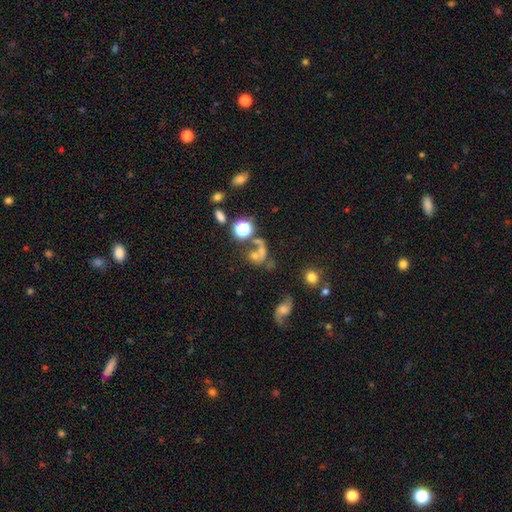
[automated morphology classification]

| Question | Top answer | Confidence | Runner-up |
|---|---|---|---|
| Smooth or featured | smooth | 49% | featured or disk (26%) |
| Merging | merger | 41% | none (32%) |